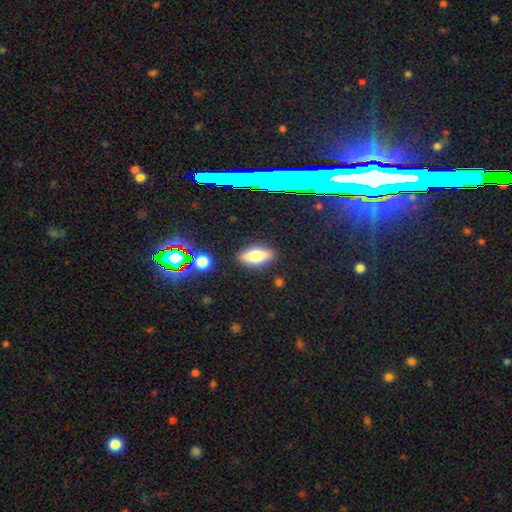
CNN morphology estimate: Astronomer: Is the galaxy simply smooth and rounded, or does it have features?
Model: smooth — 66%.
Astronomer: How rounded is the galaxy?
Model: in between — 79%.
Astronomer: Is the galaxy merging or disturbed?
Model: none — 87%.